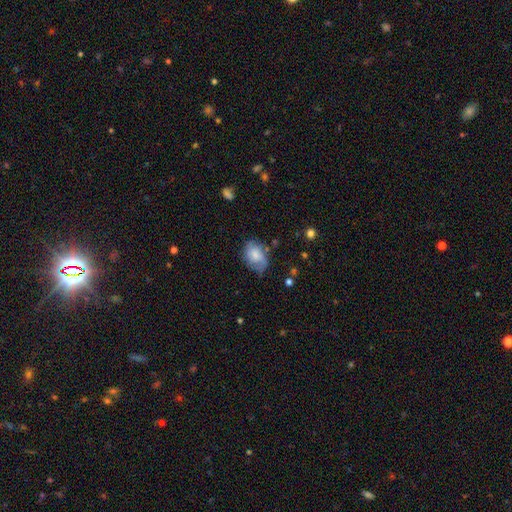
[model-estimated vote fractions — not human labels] Smooth or featured?
  - smooth: 61% *
  - featured or disk: 30%
  - star or artifact: 8%
How rounded?
  - in between: 75% *
  - round: 24%
  - cigar-shaped: 1%
Merging?
  - none: 54% *
  - minor disturbance: 31%
  - major disturbance: 12%
  - merger: 3%